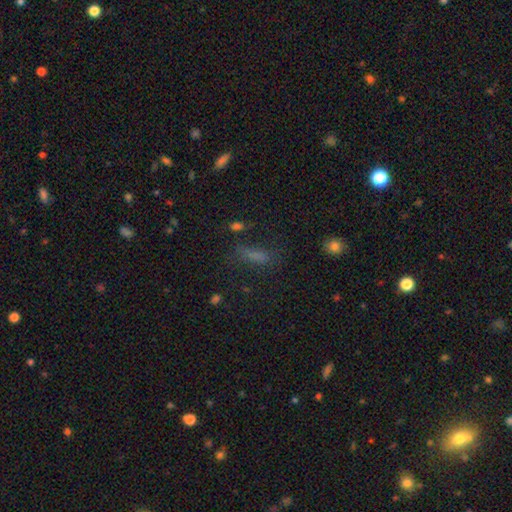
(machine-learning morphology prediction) This appears to be a smooth galaxy with no disk features (64%) that is cigar-shaped (59%). Merging: none (65%).